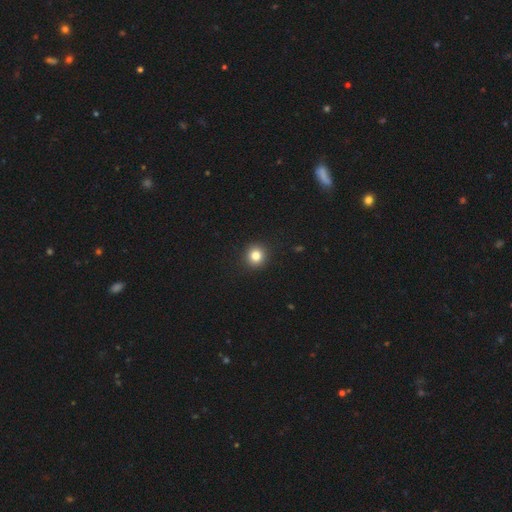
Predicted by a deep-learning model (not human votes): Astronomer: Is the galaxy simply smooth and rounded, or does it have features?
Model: smooth — 83%.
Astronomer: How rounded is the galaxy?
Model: round — 91%.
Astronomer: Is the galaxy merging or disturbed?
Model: none — 93%.